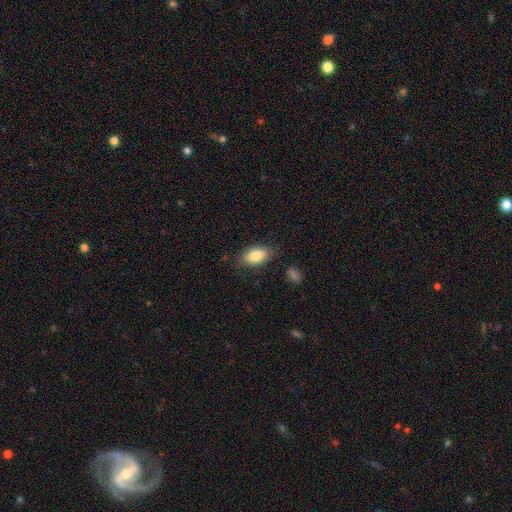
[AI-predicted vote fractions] Morphology: type=smooth (85%); roundness=in between (92%); merging=none (80%).